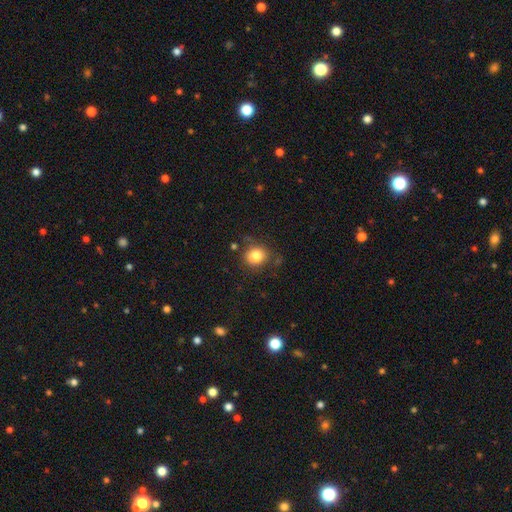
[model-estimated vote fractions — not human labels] smooth_or_featured: smooth (p=0.82) [alt: star or artifact p=0.11]
how_rounded: round (p=0.74) [alt: in between p=0.25]
merging: none (p=0.78) [alt: minor disturbance p=0.14]